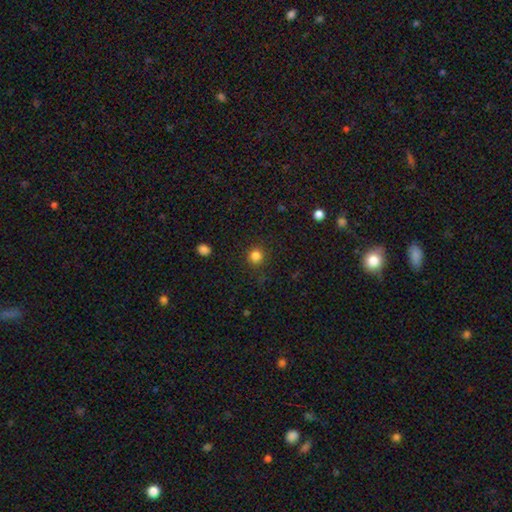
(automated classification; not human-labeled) Smooth or featured? smooth (83%)
How rounded? round (93%)
Merging? none (89%)